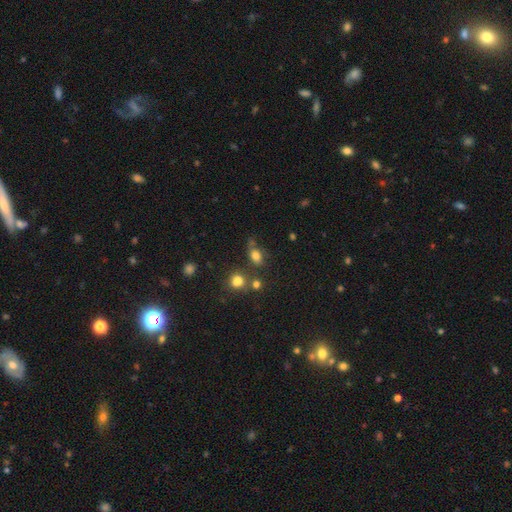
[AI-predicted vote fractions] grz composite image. It shows a smooth galaxy with no disk features (77%) that is in between round and cigar-shaped (68%). Merging: none (54%).